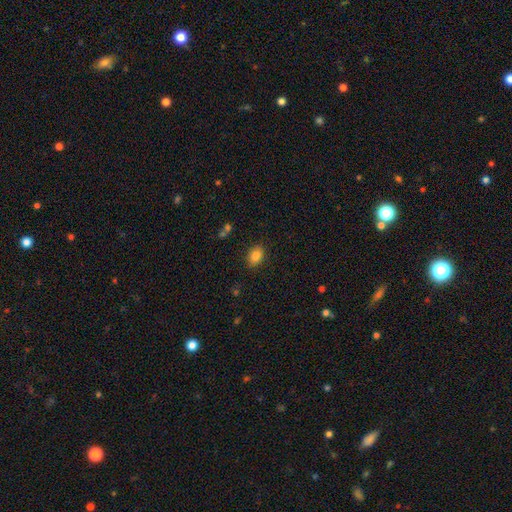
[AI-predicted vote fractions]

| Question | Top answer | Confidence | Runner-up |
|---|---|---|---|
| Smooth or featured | smooth | 84% | star or artifact (9%) |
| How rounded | in between | 80% | round (19%) |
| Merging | none | 87% | minor disturbance (9%) |